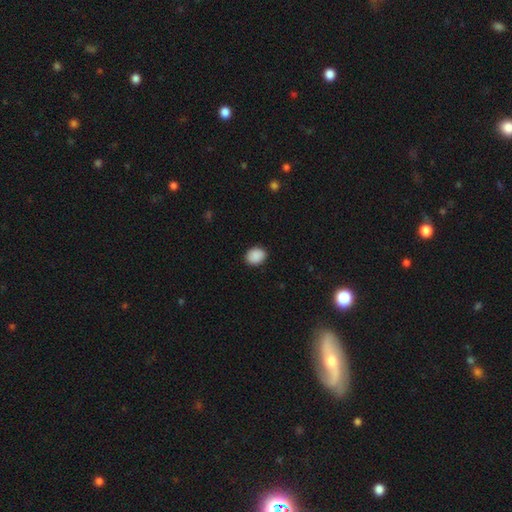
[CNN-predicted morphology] Smooth or featured? smooth (90%)
How rounded? in between (50%)
Merging? none (88%)